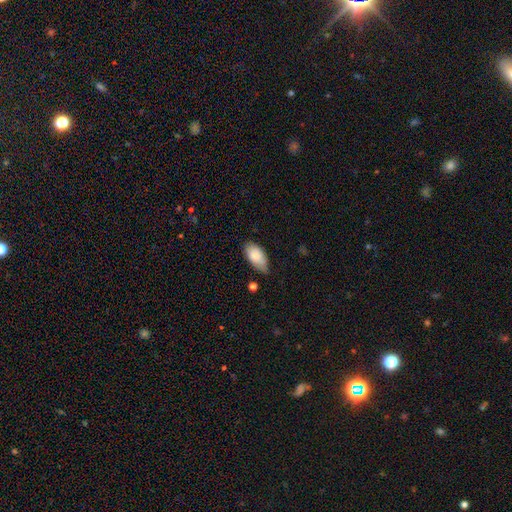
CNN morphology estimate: Q: Smooth or featured?
A: smooth (83%); runner-up: featured or disk (10%)
Q: How rounded?
A: in between (94%); runner-up: cigar-shaped (3%)
Q: Merging?
A: none (61%); runner-up: minor disturbance (32%)